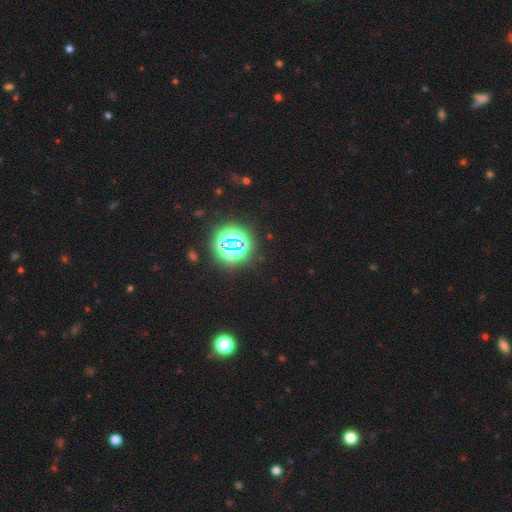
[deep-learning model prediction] Morphology: type=star or artifact (78%).